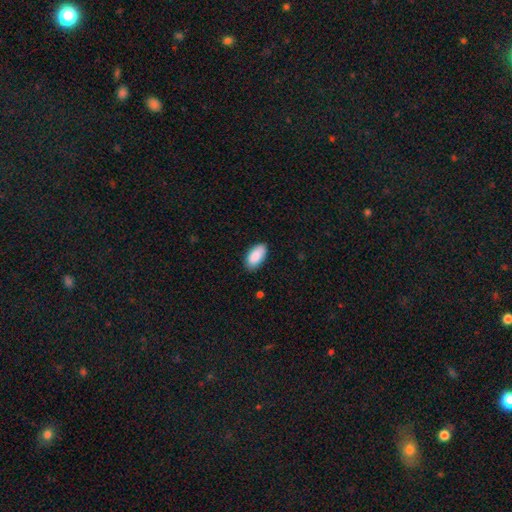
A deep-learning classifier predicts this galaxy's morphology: Q: Smooth or featured?
A: smooth (89%); runner-up: star or artifact (6%)
Q: How rounded?
A: in between (94%); runner-up: cigar-shaped (3%)
Q: Merging?
A: none (83%); runner-up: minor disturbance (13%)